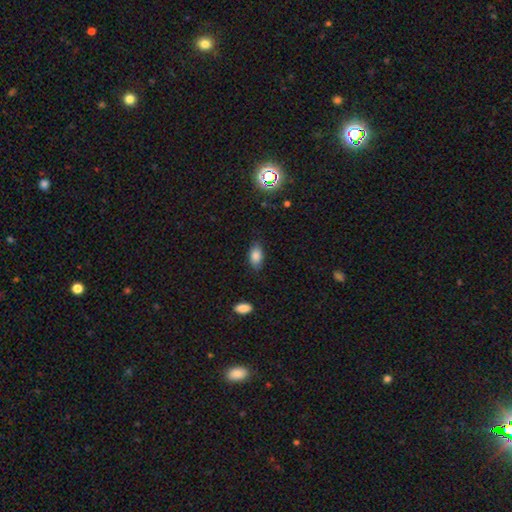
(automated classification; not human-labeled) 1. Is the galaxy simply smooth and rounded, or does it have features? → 83% smooth, 9% star or artifact, 7% featured or disk.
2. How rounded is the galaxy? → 90% in between, 6% round, 3% cigar-shaped.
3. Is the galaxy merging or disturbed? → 78% none, 17% minor disturbance, 3% major disturbance, 1% merger.